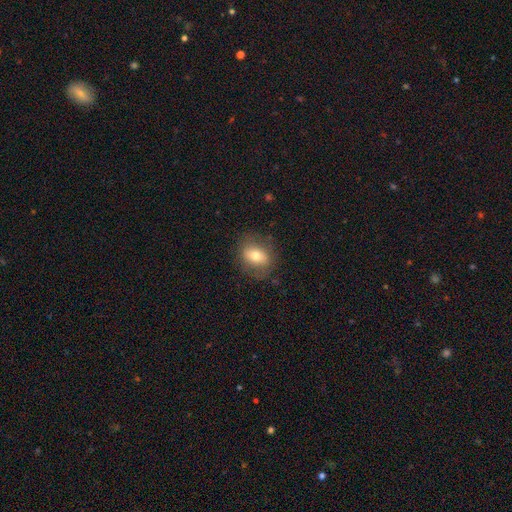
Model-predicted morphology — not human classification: A smooth galaxy with no disk features (67%) that is in between round and cigar-shaped (58%).

Vote fractions:
- Smooth or featured? smooth: 67% / featured or disk: 24% / star or artifact: 9%
- How rounded? in between: 58% / round: 40% / cigar-shaped: 2%
- Merging? none: 78% / minor disturbance: 15% / major disturbance: 6% / merger: 1%